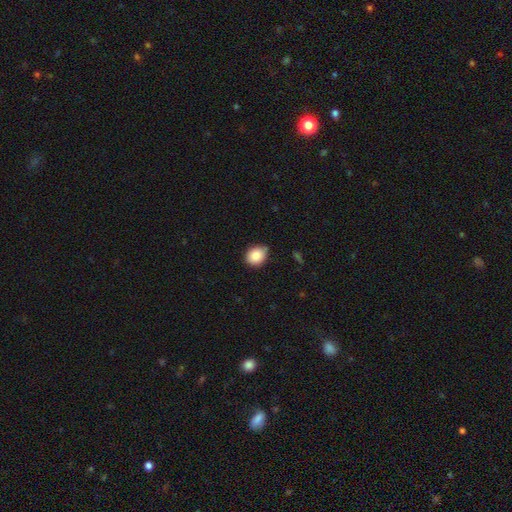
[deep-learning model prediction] A smooth galaxy with no disk features (85%) that is round (63%).

Vote fractions:
- Smooth or featured? smooth: 85% / star or artifact: 9% / featured or disk: 7%
- How rounded? round: 63% / in between: 36% / cigar-shaped: 1%
- Merging? none: 76% / minor disturbance: 19% / major disturbance: 3% / merger: 2%